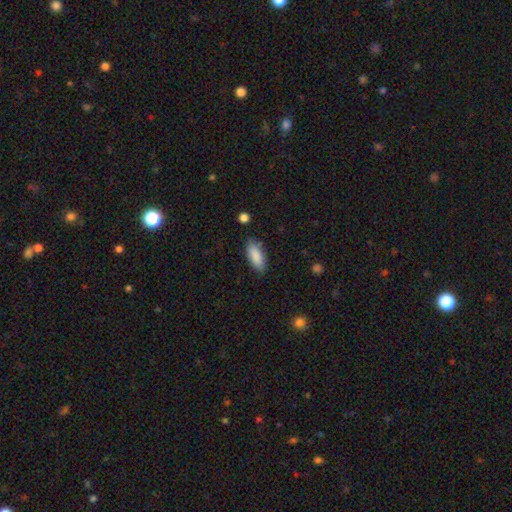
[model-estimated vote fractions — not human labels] Smooth or featured? Predicted: smooth (p=0.88). How rounded? Predicted: in between (p=0.83). Merging? Predicted: none (p=0.82).